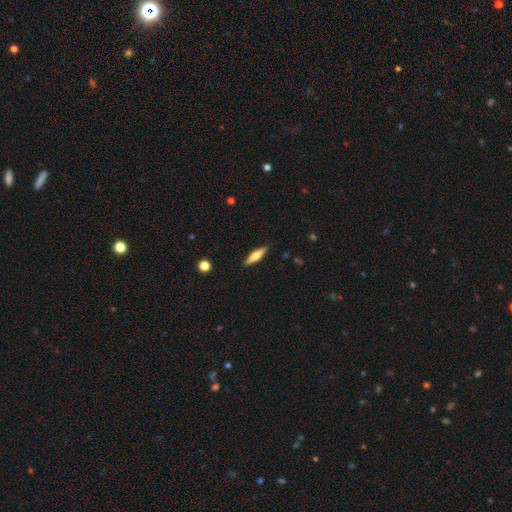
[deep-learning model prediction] This appears to be a smooth galaxy with no disk features (59%) that is cigar-shaped (71%). Merging: none (89%).